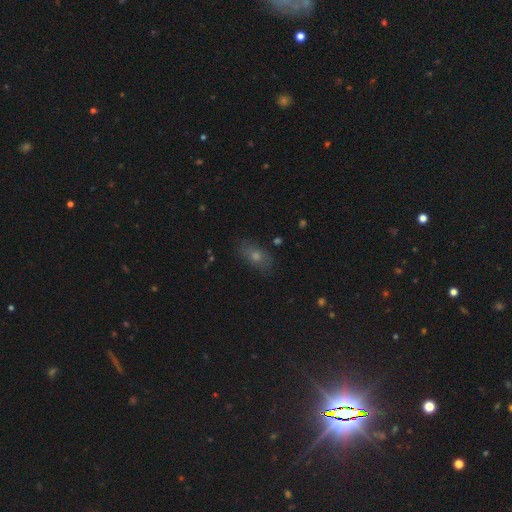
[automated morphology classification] Smooth or featured? Predicted: smooth (p=0.56). How rounded? Predicted: in between (p=0.79). Merging? Predicted: none (p=0.82).